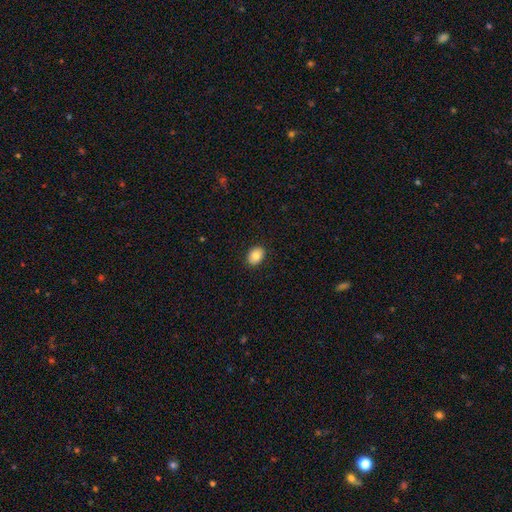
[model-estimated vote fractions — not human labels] smooth-or-featured: smooth: 83% | featured or disk: 8% | star or artifact: 8%
  how-rounded: in between: 65% | round: 34% | cigar-shaped: 1%
  merging: none: 90% | minor disturbance: 8% | major disturbance: 2% | merger: 1%